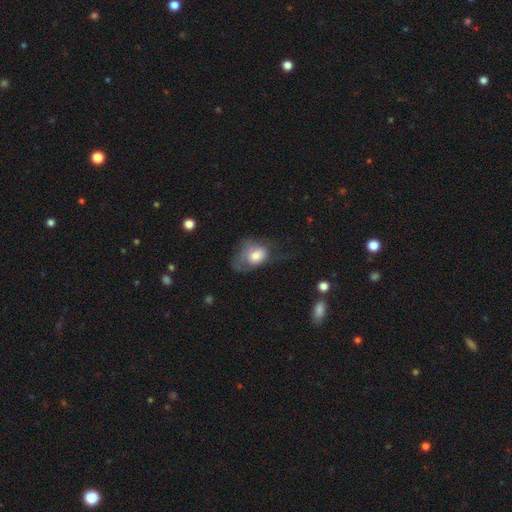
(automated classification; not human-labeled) smooth_or_featured: smooth (p=0.66) [alt: featured or disk p=0.26]
how_rounded: in between (p=0.66) [alt: round p=0.32]
merging: major disturbance (p=0.48) [alt: minor disturbance p=0.26]